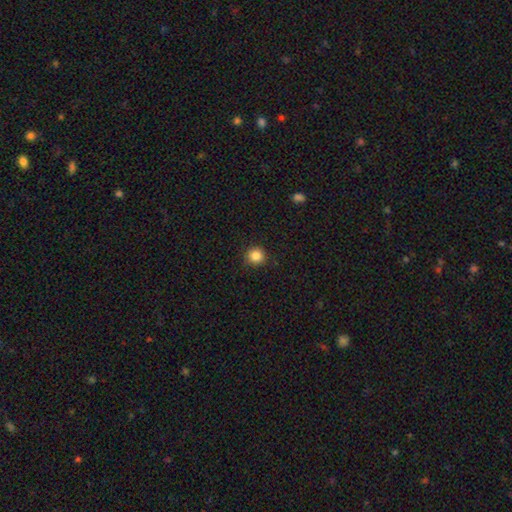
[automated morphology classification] Smooth or featured? smooth (85%)
How rounded? round (94%)
Merging? none (89%)